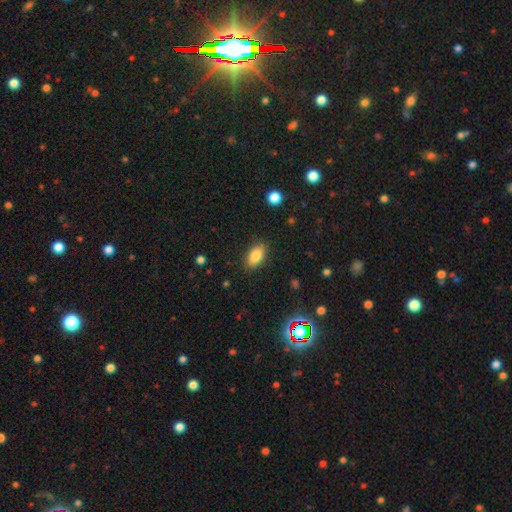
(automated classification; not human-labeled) Morphology: type=smooth (83%); roundness=in between (89%); merging=none (87%).